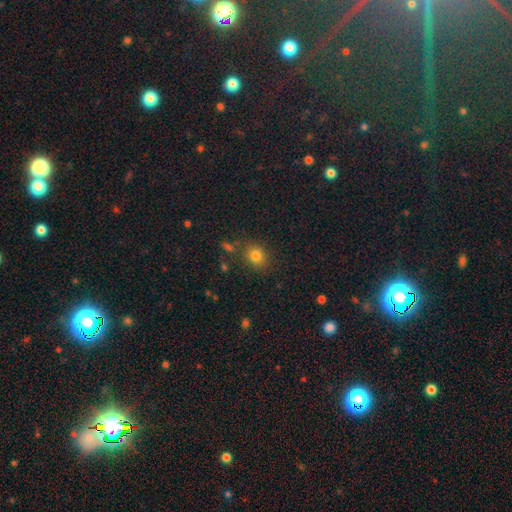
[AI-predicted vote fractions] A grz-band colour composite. It shows a smooth galaxy with no disk features (80%) that is round (72%). Merging: none (81%).